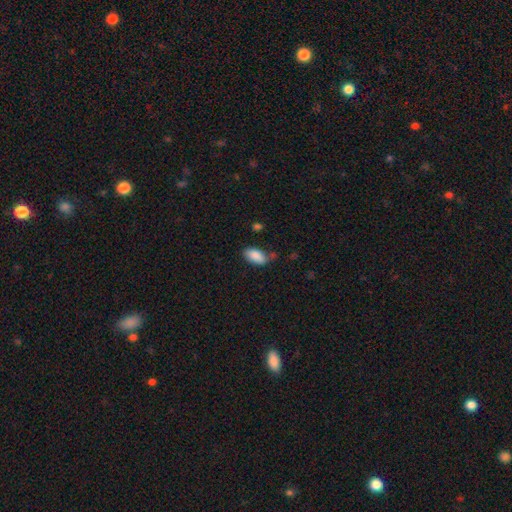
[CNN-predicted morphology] A smooth galaxy with no disk features (88%) that is in between round and cigar-shaped (94%). Merging: none (72%).